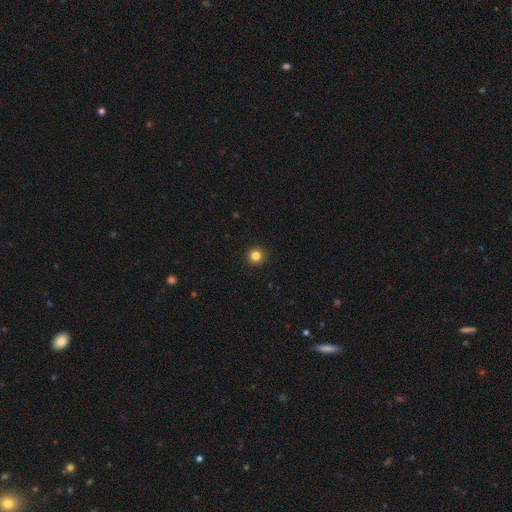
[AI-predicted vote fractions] The model was most divided on "smooth or featured": smooth: 83%, star or artifact: 12%, featured or disk: 5%. More confident: how rounded — round (95%); merging — none (92%).